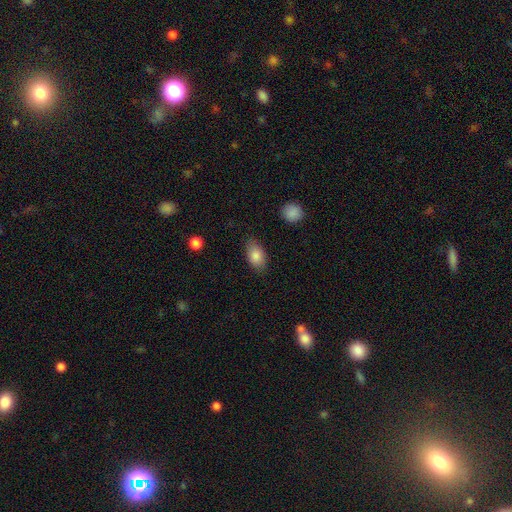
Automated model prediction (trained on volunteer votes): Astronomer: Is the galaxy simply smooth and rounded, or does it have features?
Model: smooth — 85%.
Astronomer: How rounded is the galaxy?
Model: in between — 89%.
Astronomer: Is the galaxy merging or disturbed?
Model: none — 80%.